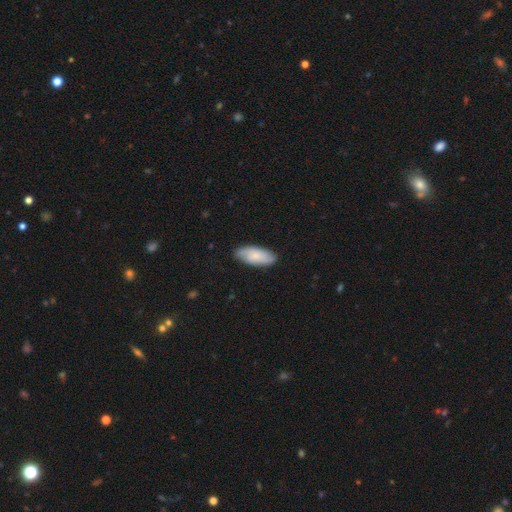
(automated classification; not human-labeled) Morphology: type=smooth (72%); roundness=in between (83%); merging=none (82%).